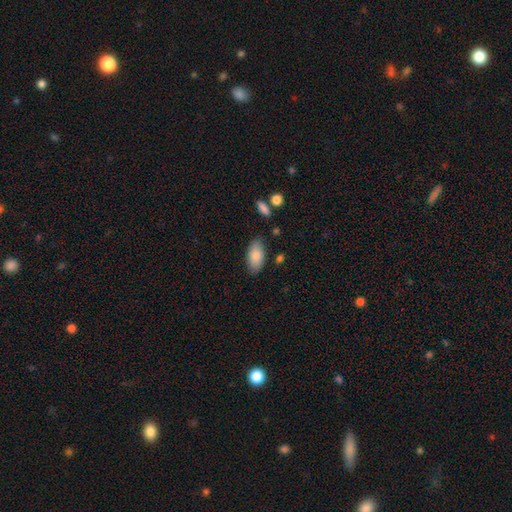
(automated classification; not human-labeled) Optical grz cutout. It shows a smooth galaxy with no disk features (84%) that is in between round and cigar-shaped (92%). Merging: none (81%).